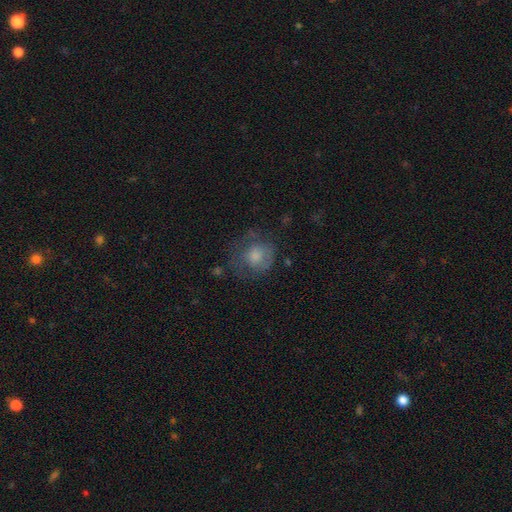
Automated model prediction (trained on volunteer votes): Smooth or featured? Predicted: smooth (p=0.50). Merging? Predicted: none (p=0.58).